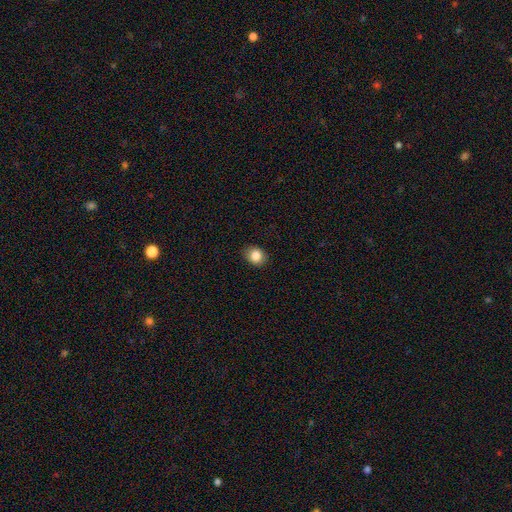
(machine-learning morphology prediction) Overall: smooth (86%). How rounded: round (56%; in between 43%). Merging: none (86%).